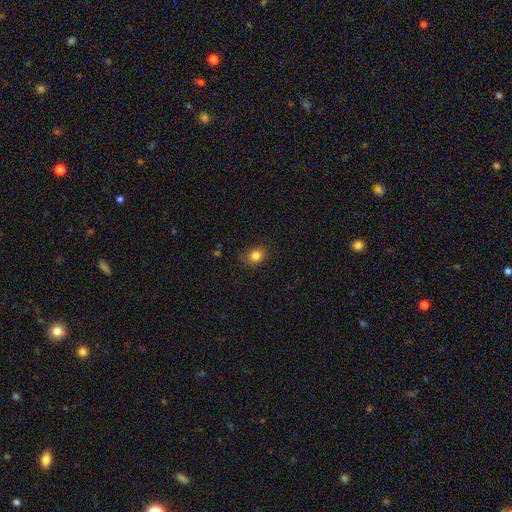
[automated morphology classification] smooth-or-featured: smooth: 83% | star or artifact: 11% | featured or disk: 5%
  how-rounded: round: 56% | in between: 43% | cigar-shaped: 1%
  merging: none: 85% | minor disturbance: 11% | major disturbance: 3% | merger: 1%